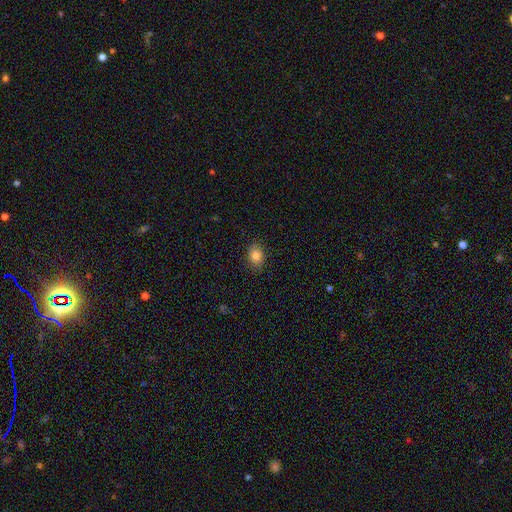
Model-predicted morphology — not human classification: The model was most divided on "how rounded": in between: 65%, round: 34%, cigar-shaped: 1%. More confident: merging — none (85%); smooth or featured — smooth (84%).